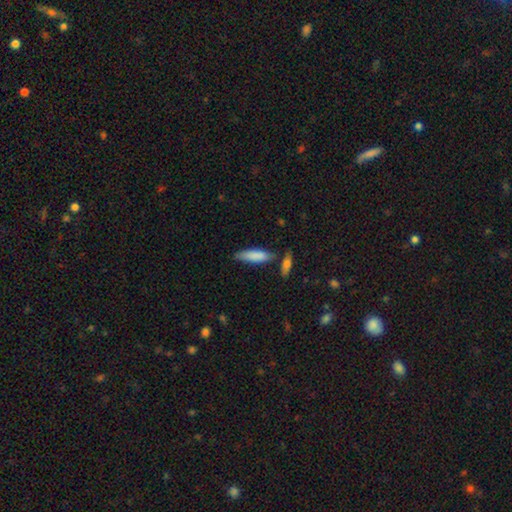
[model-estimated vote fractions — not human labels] smooth_or_featured: smooth (p=0.82) [alt: featured or disk p=0.12]
how_rounded: cigar-shaped (p=0.62) [alt: in between p=0.36]
merging: none (p=0.68) [alt: minor disturbance p=0.18]